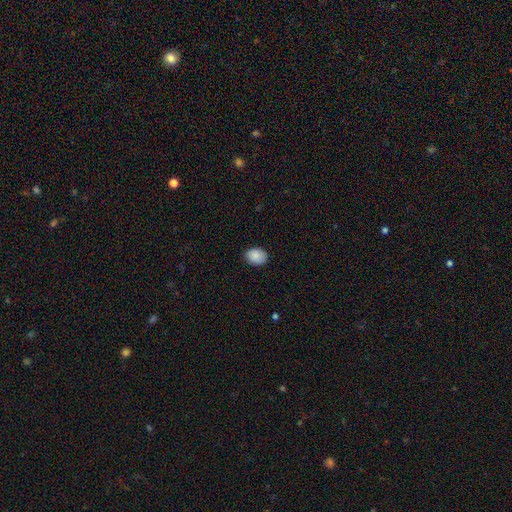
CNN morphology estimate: smooth 88%, star or artifact 7%, featured or disk 5%. Down the decision tree: how rounded — in between (67%); merging — none (85%).